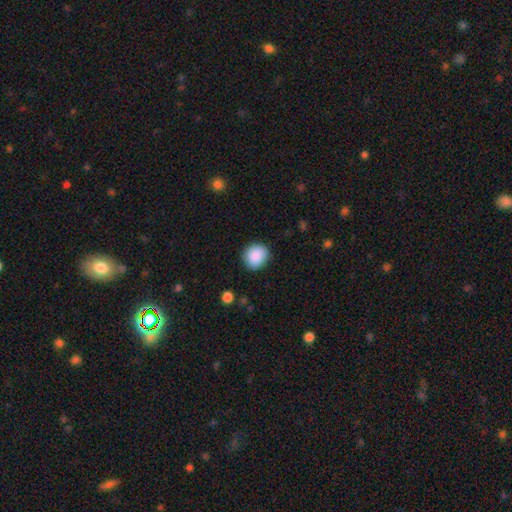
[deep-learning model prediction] This appears to be a smooth galaxy with no disk features (89%) that is round (81%). Merging: none (86%).